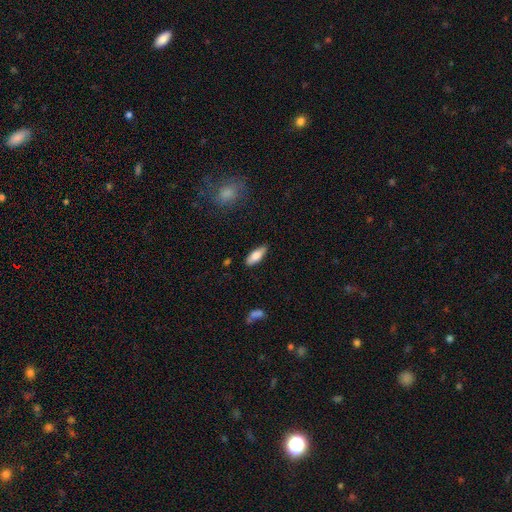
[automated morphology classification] Smooth or featured: smooth — 73% (featured or disk — 21%)
How rounded: in between — 67% (cigar-shaped — 30%)
Merging: none — 85% (minor disturbance — 12%)